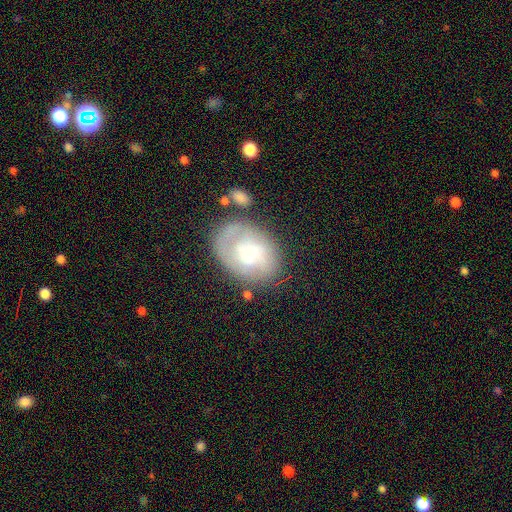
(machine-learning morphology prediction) smooth-or-featured: featured or disk: 55% | smooth: 36% | star or artifact: 8%
  disk-edge-on: no: 96% | yes: 4%
    bar: no: 61% | weak: 30% | strong: 9%
    has-spiral-arms: yes: 69% | no: 31%
    bulge-size: moderate: 30% | small: 29% | large: 21% | none: 14% | dominant: 6%
  merging: none: 60% | minor disturbance: 20% | major disturbance: 13% | merger: 7%